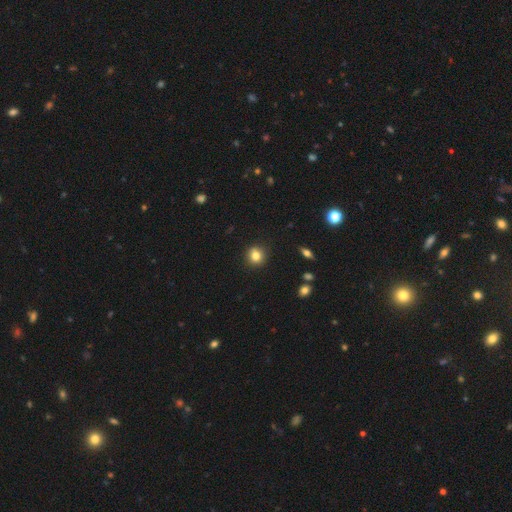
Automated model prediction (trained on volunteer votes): Smooth or featured? Predicted: smooth (p=0.82). How rounded? Predicted: round (p=0.87). Merging? Predicted: none (p=0.89).